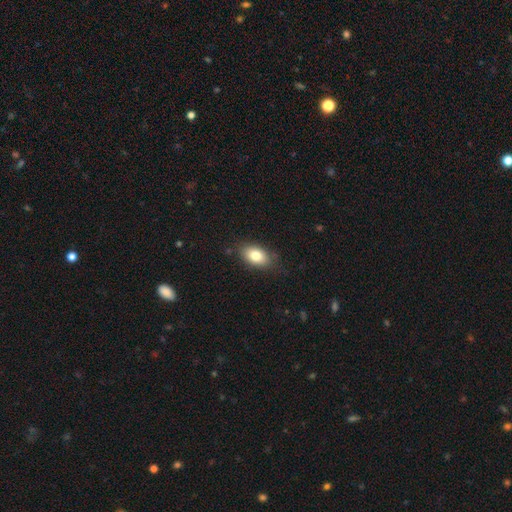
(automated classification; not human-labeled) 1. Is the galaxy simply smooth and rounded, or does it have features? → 81% smooth, 11% featured or disk, 8% star or artifact.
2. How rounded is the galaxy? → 89% in between, 8% round, 2% cigar-shaped.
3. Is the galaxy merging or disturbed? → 79% none, 16% minor disturbance, 4% major disturbance, 2% merger.